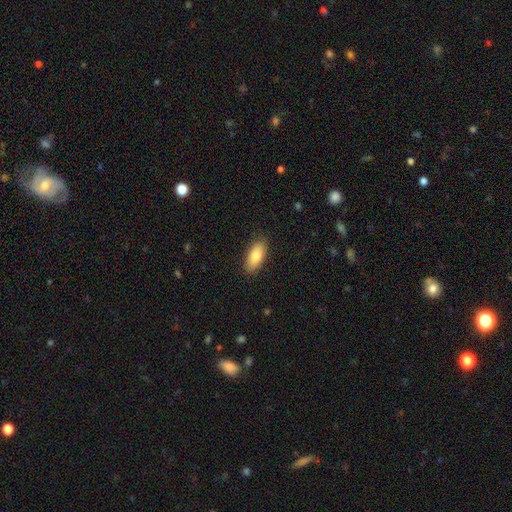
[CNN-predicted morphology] Smooth or featured? Predicted: smooth (p=0.82). How rounded? Predicted: in between (p=0.86). Merging? Predicted: none (p=0.87).